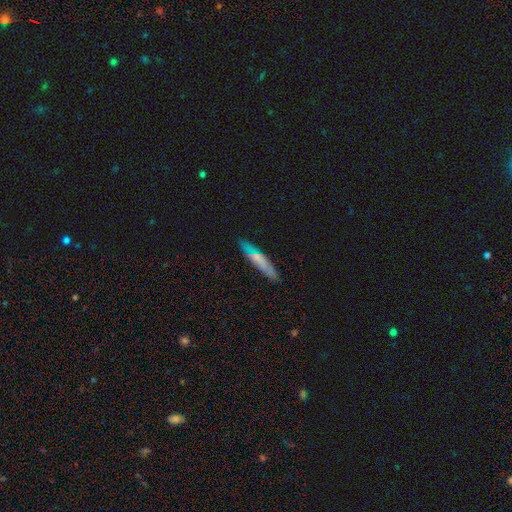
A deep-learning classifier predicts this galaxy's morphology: This is possibly a smooth galaxy (56%). How rounded: clearly cigar-shaped (90%). Merging: clearly none (84%).